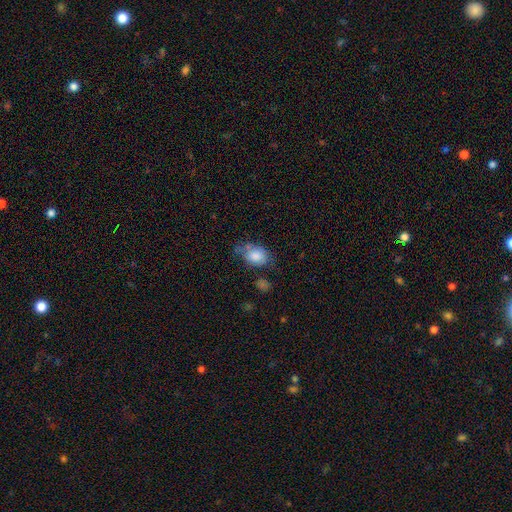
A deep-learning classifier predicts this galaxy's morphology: Overall: smooth (77%). How rounded: in between (74%). Merging: none (48%; minor disturbance 31%).